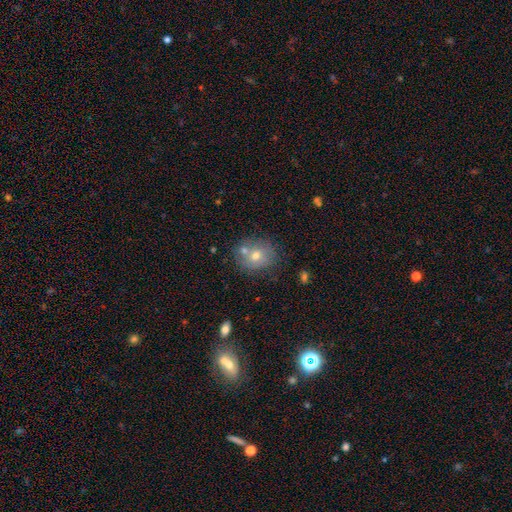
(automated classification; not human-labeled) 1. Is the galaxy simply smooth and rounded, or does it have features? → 64% smooth, 24% featured or disk, 11% star or artifact.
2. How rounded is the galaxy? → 67% round, 32% in between, 1% cigar-shaped.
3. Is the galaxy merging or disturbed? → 60% none, 22% merger, 14% minor disturbance, 4% major disturbance.